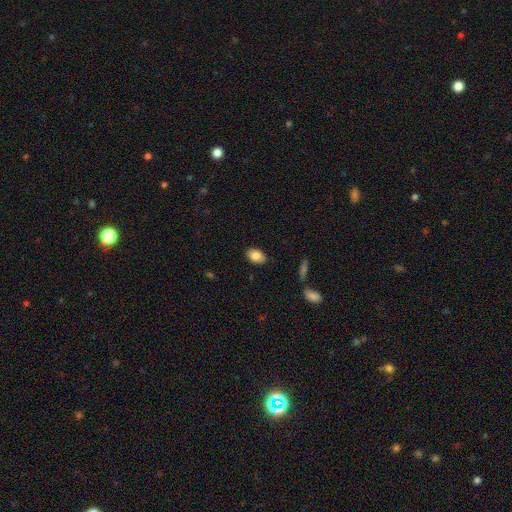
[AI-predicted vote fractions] Smooth or featured? Predicted: smooth (p=0.84). How rounded? Predicted: in between (p=0.86). Merging? Predicted: none (p=0.86).